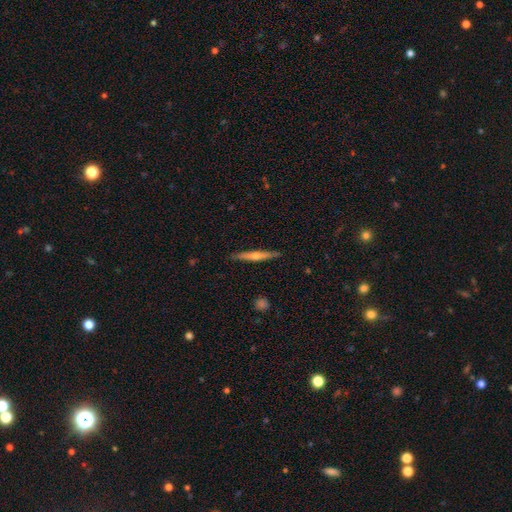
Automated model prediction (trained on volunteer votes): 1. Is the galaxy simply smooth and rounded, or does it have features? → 67% featured or disk, 27% smooth, 6% star or artifact.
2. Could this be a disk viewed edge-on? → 97% yes, 3% no.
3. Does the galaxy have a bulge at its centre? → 78% rounded, 17% none, 5% boxy.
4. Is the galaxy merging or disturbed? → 90% none, 7% minor disturbance, 1% major disturbance, 1% merger.